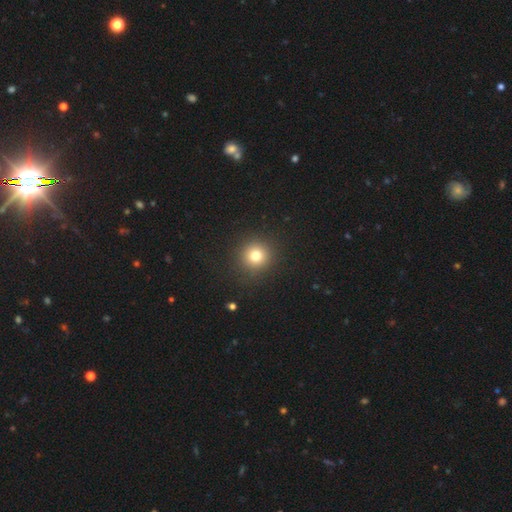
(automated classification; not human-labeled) Morphology: type=smooth (77%); roundness=round (93%); merging=none (90%).